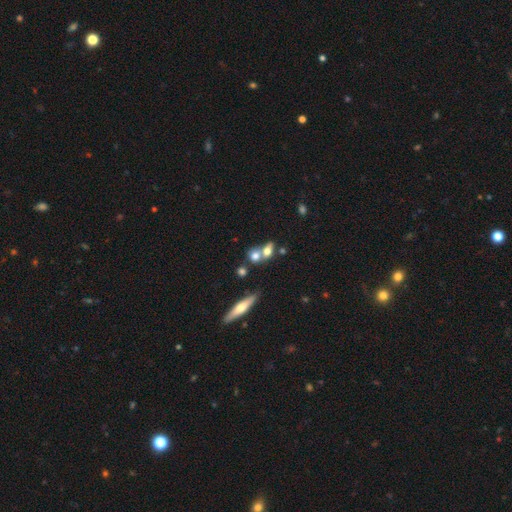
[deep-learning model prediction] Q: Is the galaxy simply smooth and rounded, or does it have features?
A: smooth — 67%.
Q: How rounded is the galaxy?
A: round — 55%.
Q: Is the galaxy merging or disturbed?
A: merger — 50%.